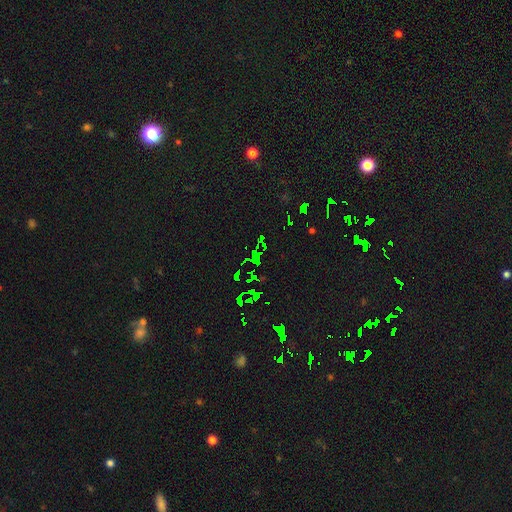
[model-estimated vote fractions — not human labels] A star or artifact, not a galaxy (77%).